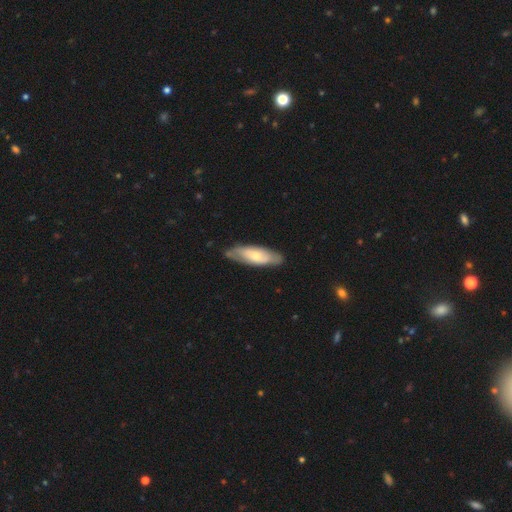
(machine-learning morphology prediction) A featured or disk galaxy (48%).

Vote fractions:
- Smooth or featured? featured or disk: 48% / smooth: 47% / star or artifact: 5%
- Merging? none: 77% / minor disturbance: 18% / major disturbance: 4% / merger: 2%